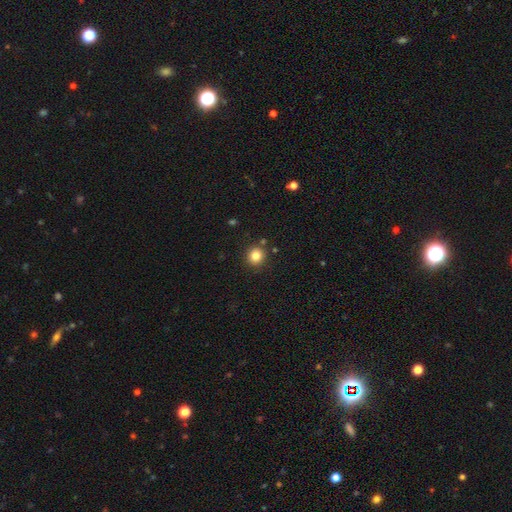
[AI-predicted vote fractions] smooth_or_featured: smooth (p=0.83) [alt: star or artifact p=0.12]
how_rounded: round (p=0.92) [alt: in between p=0.07]
merging: none (p=0.87) [alt: minor disturbance p=0.07]